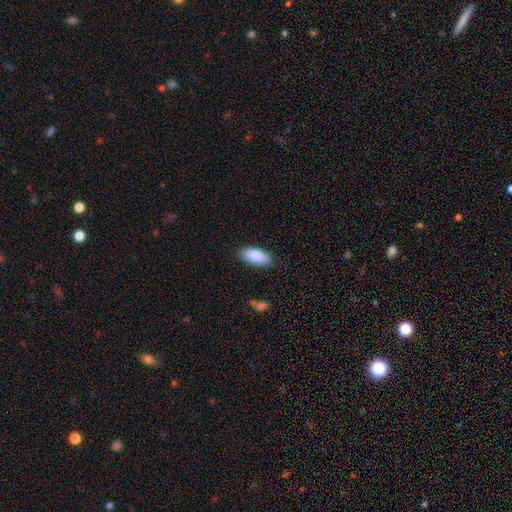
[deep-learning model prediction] smooth_or_featured: smooth (p=0.89) [alt: star or artifact p=0.06]
how_rounded: in between (p=0.89) [alt: cigar-shaped p=0.09]
merging: none (p=0.85) [alt: minor disturbance p=0.11]